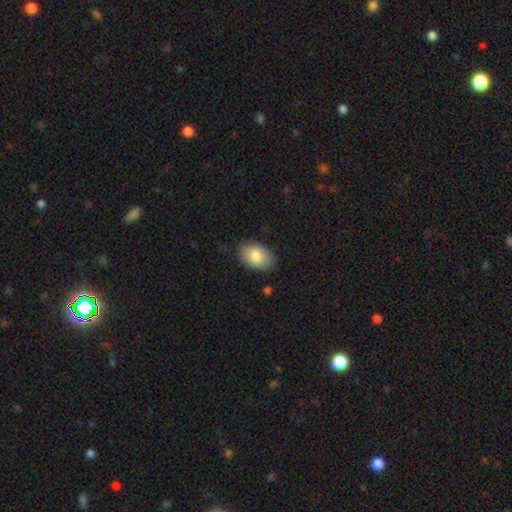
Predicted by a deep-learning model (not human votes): smooth 83%, featured or disk 10%, star or artifact 7%. Down the decision tree: how rounded — in between (88%); merging — none (81%).